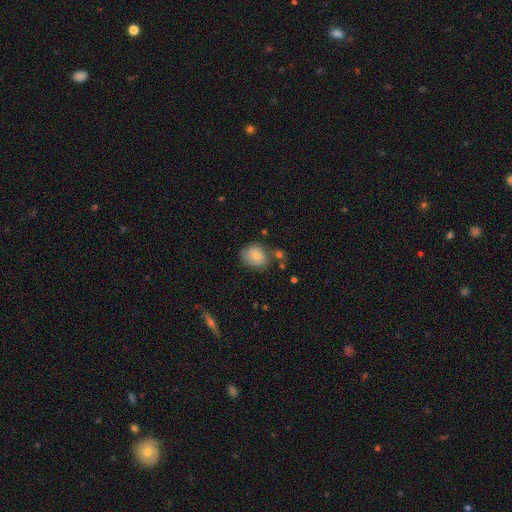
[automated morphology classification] type=smooth (81%); roundness=in between (50%); merging=none (64%).